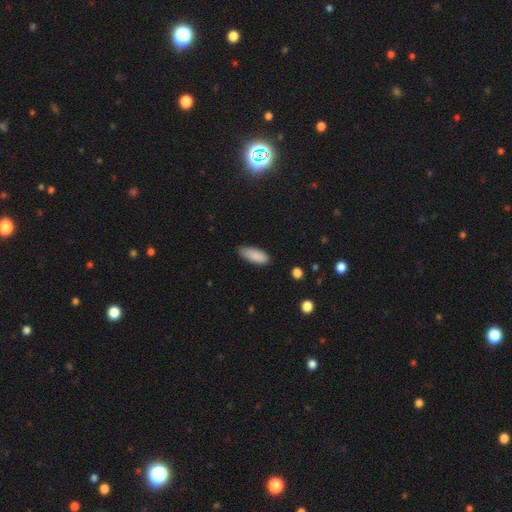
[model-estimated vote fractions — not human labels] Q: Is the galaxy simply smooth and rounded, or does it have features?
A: smooth — 88%.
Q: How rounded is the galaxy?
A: in between — 79%.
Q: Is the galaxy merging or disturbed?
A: none — 76%.